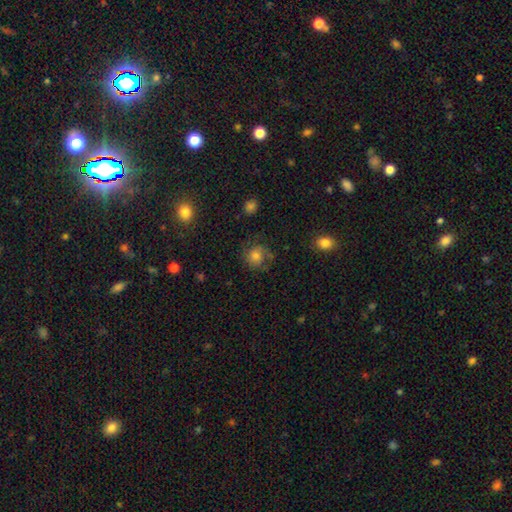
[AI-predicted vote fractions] Morphology: type=smooth (51%); roundness=round (82%); merging=none (65%).